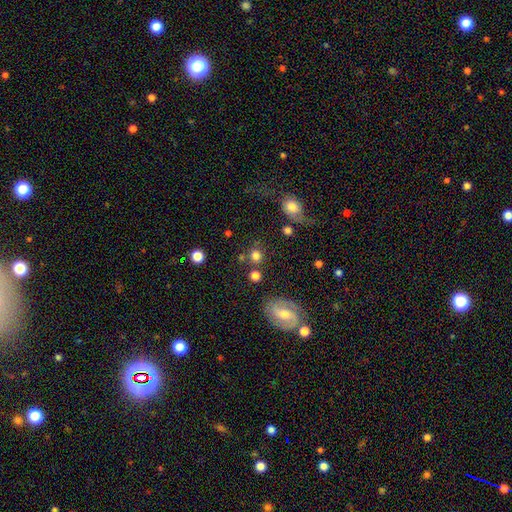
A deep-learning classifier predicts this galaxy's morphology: smooth_or_featured: smooth (p=0.77) [alt: star or artifact p=0.13]
how_rounded: round (p=0.86) [alt: in between p=0.12]
merging: none (p=0.73) [alt: merger p=0.12]